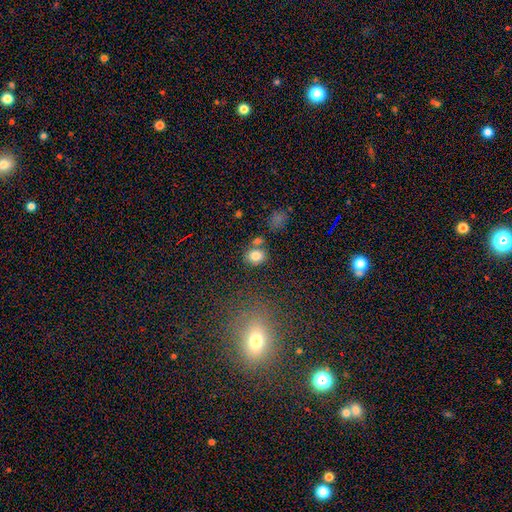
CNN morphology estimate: Smooth or featured? Predicted: smooth (p=0.80). How rounded? Predicted: round (p=0.66). Merging? Predicted: none (p=0.69).